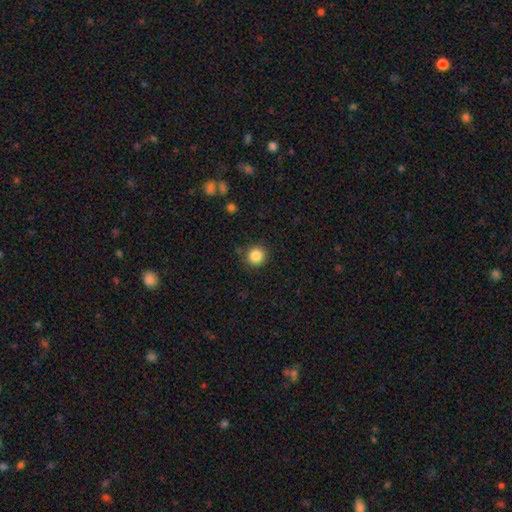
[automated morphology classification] Overall: smooth (86%). How rounded: round (93%). Merging: none (88%).